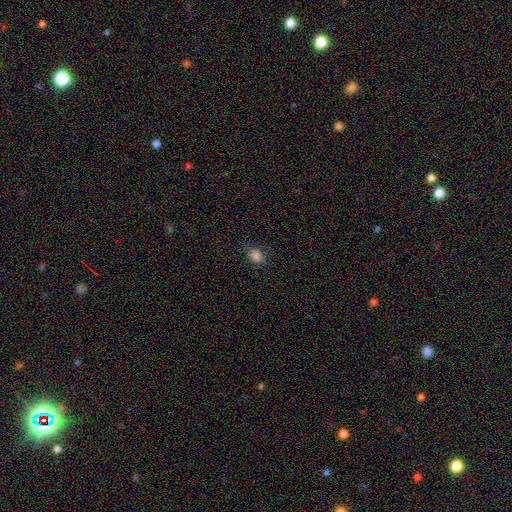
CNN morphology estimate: smooth_or_featured: smooth (p=0.83) [alt: star or artifact p=0.13]
how_rounded: round (p=0.61) [alt: in between p=0.38]
merging: none (p=0.82) [alt: minor disturbance p=0.14]